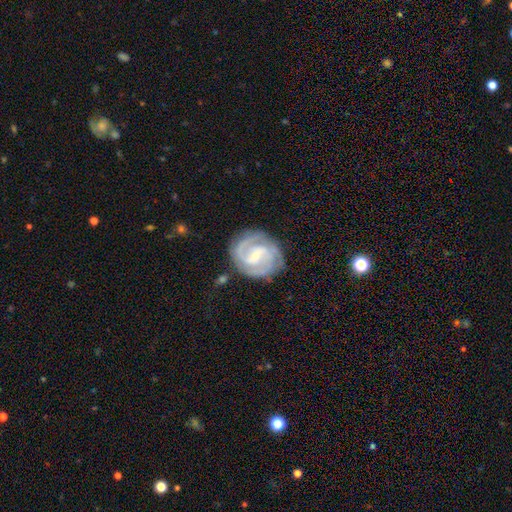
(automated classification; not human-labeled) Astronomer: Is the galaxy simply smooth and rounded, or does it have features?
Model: featured or disk — 88%.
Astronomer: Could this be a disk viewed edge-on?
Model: no — 98%.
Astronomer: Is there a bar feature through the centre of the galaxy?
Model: weak — 51%.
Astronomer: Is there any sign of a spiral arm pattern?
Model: yes — 97%.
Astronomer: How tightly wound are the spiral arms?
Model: tight — 50% (runner-up: medium, 42%).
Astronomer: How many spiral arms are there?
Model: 2 — 62%.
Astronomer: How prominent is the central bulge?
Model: small — 71%.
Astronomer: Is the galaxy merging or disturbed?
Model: none — 76%.